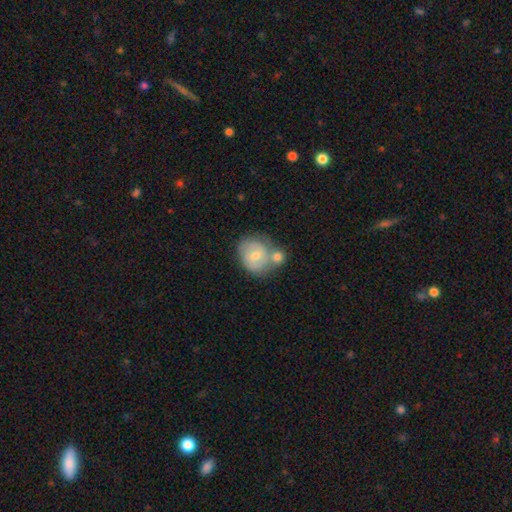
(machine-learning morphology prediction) type=smooth (52%); roundness=round (75%); merging=merger (46%).